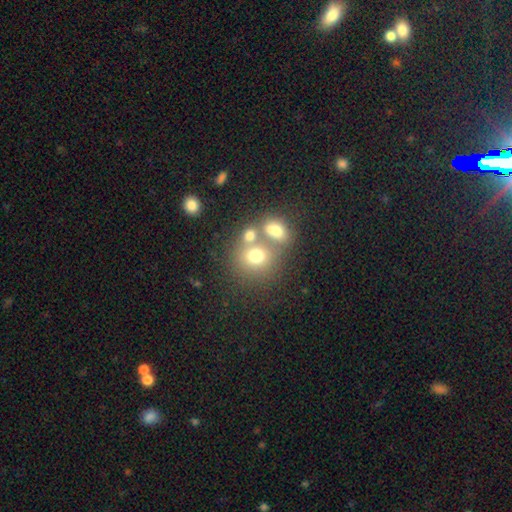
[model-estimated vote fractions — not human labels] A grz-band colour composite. It shows a smooth galaxy with no disk features (69%) that is round (76%). Merging: none (46%).